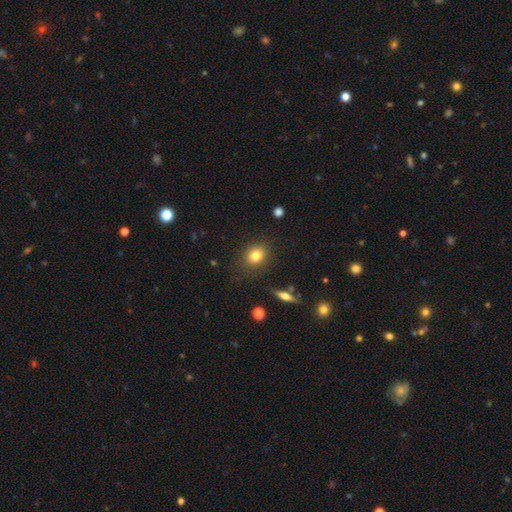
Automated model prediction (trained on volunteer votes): Smooth or featured? Predicted: smooth (p=0.80). How rounded? Predicted: round (p=0.55). Merging? Predicted: none (p=0.84).